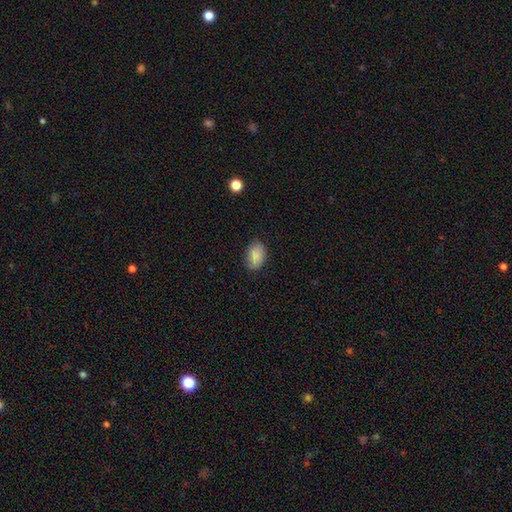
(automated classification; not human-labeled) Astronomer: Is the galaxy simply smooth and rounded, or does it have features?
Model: smooth — 86%.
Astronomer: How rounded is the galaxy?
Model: in between — 87%.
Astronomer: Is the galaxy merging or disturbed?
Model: none — 82%.